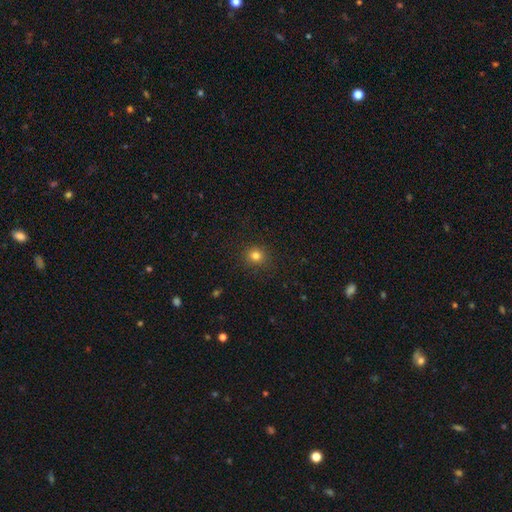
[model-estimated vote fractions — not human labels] smooth-or-featured: smooth: 80% | star or artifact: 14% | featured or disk: 6%
  how-rounded: round: 88% | in between: 11% | cigar-shaped: 1%
  merging: none: 89% | minor disturbance: 7% | major disturbance: 2% | merger: 1%